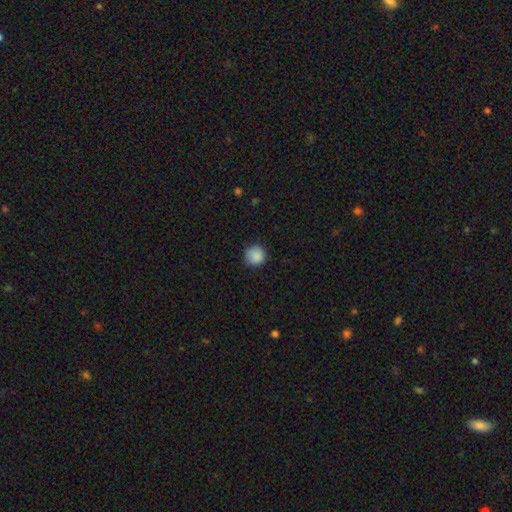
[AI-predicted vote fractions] Q: Smooth or featured?
A: smooth (88%); runner-up: star or artifact (9%)
Q: How rounded?
A: round (93%); runner-up: in between (6%)
Q: Merging?
A: none (84%); runner-up: minor disturbance (13%)